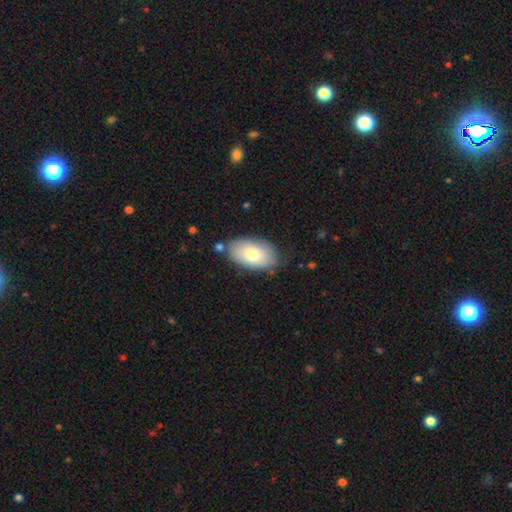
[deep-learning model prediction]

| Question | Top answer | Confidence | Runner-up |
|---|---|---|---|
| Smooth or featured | smooth | 77% | featured or disk (17%) |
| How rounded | in between | 94% | round (4%) |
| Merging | none | 78% | minor disturbance (15%) |